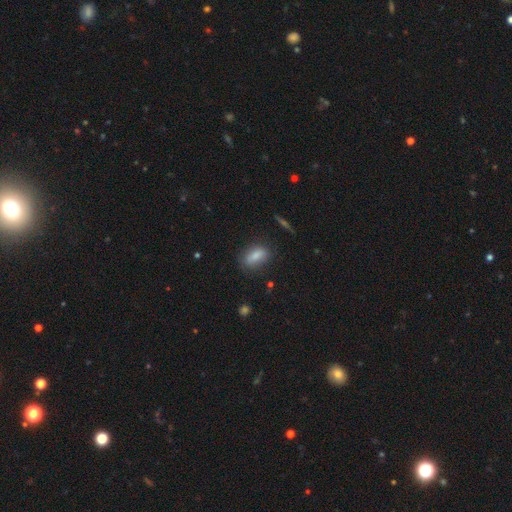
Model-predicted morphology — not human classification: type=smooth (81%); roundness=in between (80%); merging=none (77%).